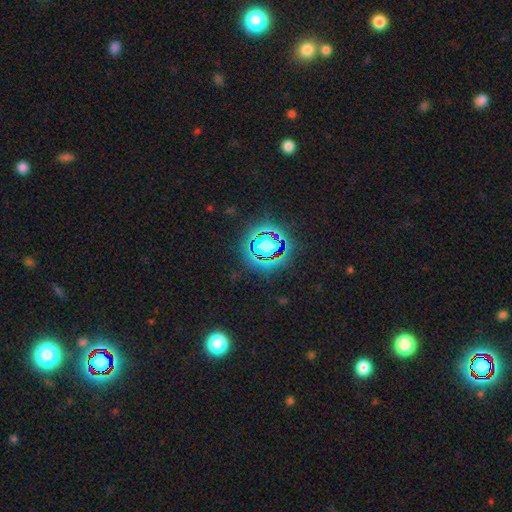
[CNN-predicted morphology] This is likely a star or artifact rather than a galaxy (67%).